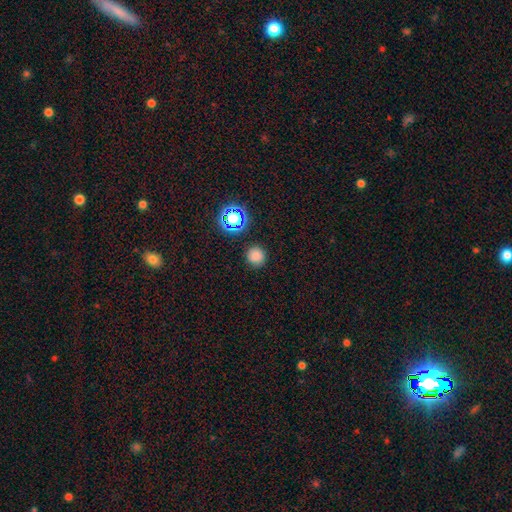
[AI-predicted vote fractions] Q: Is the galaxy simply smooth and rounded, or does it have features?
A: smooth — 78%.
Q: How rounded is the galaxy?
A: round — 94%.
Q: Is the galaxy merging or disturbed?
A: none — 89%.